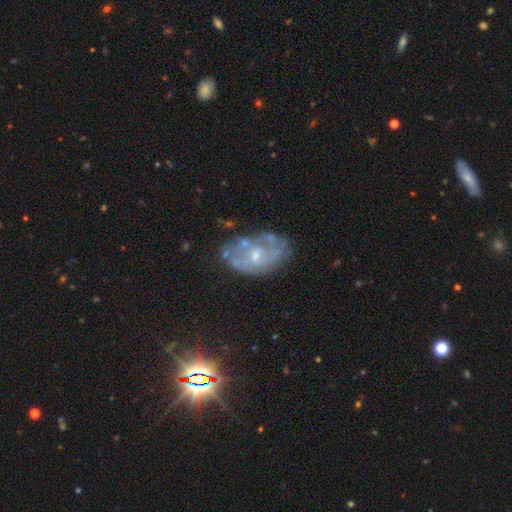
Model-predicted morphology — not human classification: Overall: featured or disk (68%). Edge-on disk: no (96%). Bar: no (67%; weak 28%). Spiral arms: no (58%; yes 42%). Bulge size: small (60%; moderate 32%). Merging: none (52%; minor disturbance 25%).